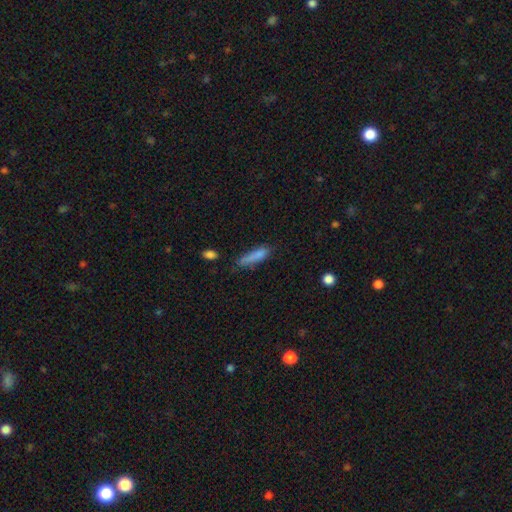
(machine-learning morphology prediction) A smooth galaxy with no disk features (80%) that is cigar-shaped (69%). Merging: none (55%).